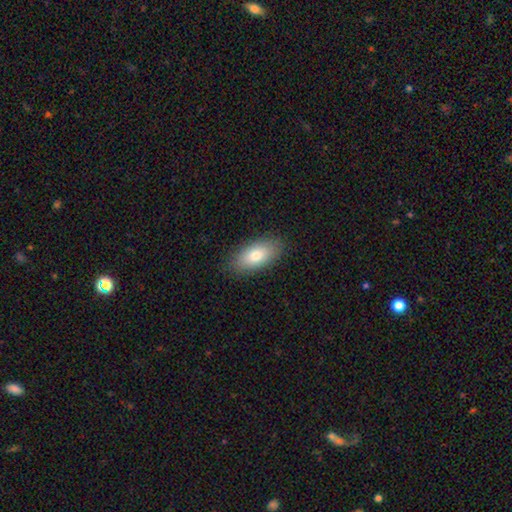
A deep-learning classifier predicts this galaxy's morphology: Smooth or featured?
  - smooth: 78% *
  - featured or disk: 15%
  - star or artifact: 7%
How rounded?
  - in between: 89% *
  - cigar-shaped: 7%
  - round: 4%
Merging?
  - none: 88% *
  - minor disturbance: 9%
  - major disturbance: 2%
  - merger: 1%